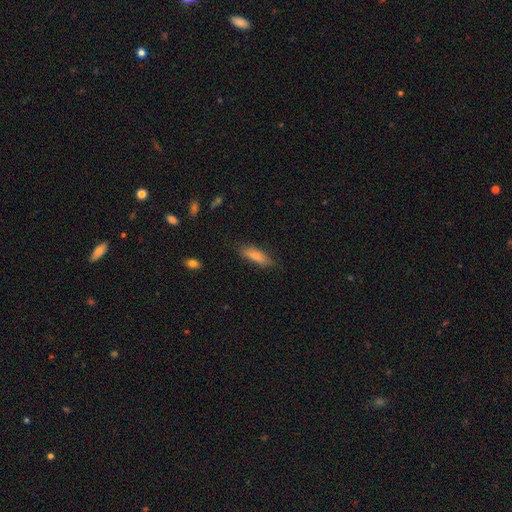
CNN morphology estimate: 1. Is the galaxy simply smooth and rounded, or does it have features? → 84% smooth, 9% featured or disk, 6% star or artifact.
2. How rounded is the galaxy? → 52% cigar-shaped, 46% in between, 2% round.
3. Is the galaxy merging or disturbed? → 80% none, 15% minor disturbance, 3% major disturbance, 1% merger.